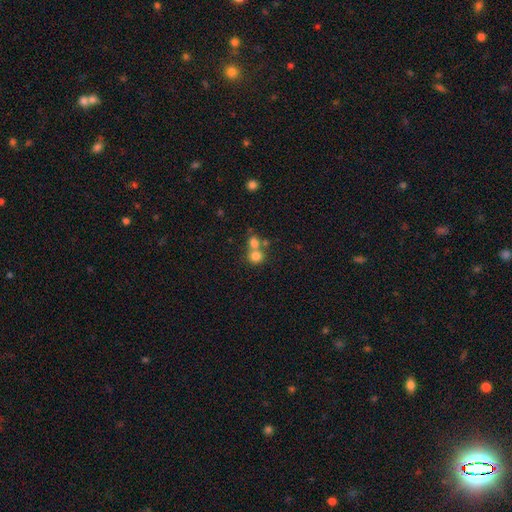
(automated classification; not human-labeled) A smooth galaxy with no disk features (77%) that is round (83%). Merging: merger (50%).